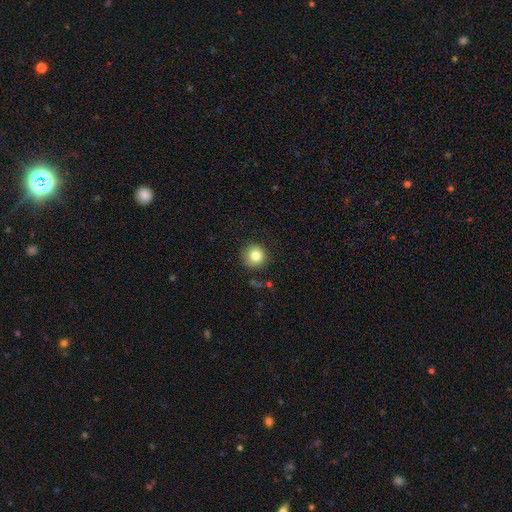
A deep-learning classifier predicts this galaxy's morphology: smooth 82%, star or artifact 10%, featured or disk 8%. Down the decision tree: how rounded — round (94%); merging — none (84%).